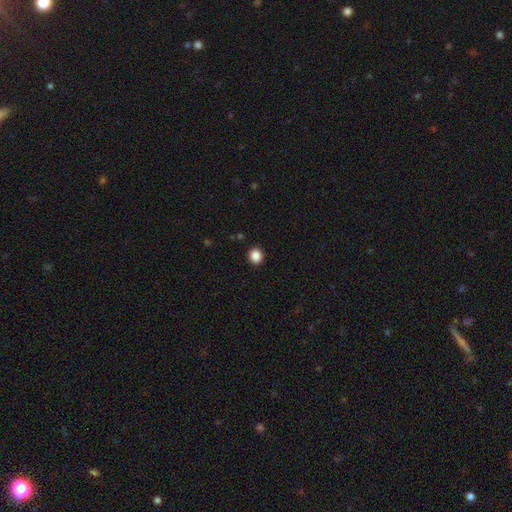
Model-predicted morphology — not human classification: smooth_or_featured: smooth (p=0.87) [alt: star or artifact p=0.10]
how_rounded: round (p=0.82) [alt: in between p=0.17]
merging: none (p=0.92) [alt: minor disturbance p=0.06]